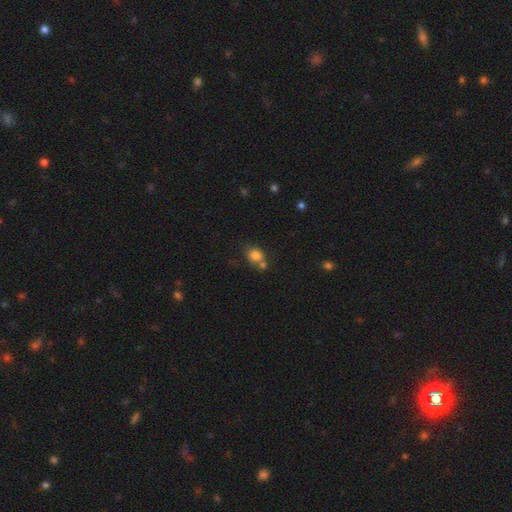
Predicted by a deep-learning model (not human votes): Overall: smooth (81%). How rounded: round (58%; in between 41%). Merging: none (50%; merger 32%).